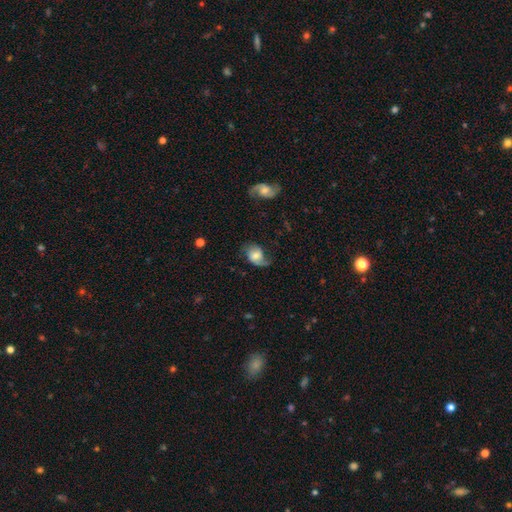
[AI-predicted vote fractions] Smooth or featured?
  - featured or disk: 63% *
  - smooth: 28%
  - star or artifact: 8%
Edge-on disk?
  - no: 97% *
  - yes: 3%
Bar?
  - no: 47% *
  - weak: 42%
  - strong: 11%
Spiral arms?
  - yes: 91% *
  - no: 9%
Spiral winding?
  - loose: 47% *
  - medium: 39%
  - tight: 15%
Spiral arm count?
  - 2: 66% *
  - 1: 25%
  - can't tell: 6%
  - 3: 1%
  - 4: 1%
  - more than 4: 1%
Bulge size?
  - moderate: 38% *
  - small: 31%
  - large: 14%
  - none: 14%
  - dominant: 3%
Merging?
  - none: 50% *
  - minor disturbance: 27%
  - major disturbance: 21%
  - merger: 3%